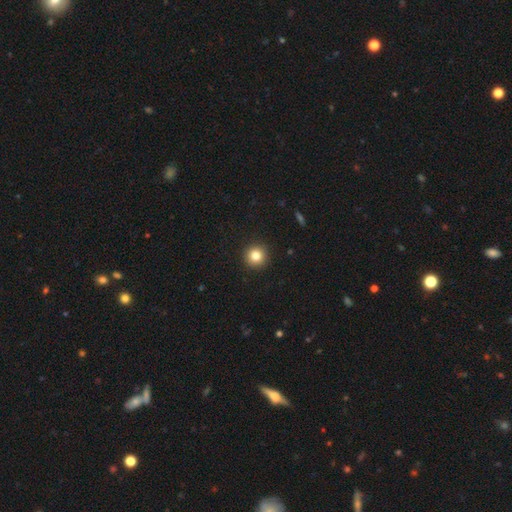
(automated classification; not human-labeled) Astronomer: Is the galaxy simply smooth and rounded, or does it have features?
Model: smooth — 83%.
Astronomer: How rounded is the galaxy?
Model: round — 95%.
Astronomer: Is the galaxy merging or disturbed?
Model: none — 92%.